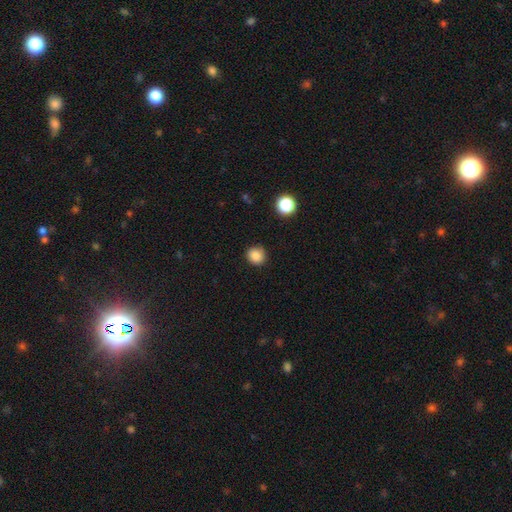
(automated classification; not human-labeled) Smooth or featured?
  - smooth: 86% *
  - star or artifact: 11%
  - featured or disk: 3%
How rounded?
  - round: 87% *
  - in between: 12%
  - cigar-shaped: 1%
Merging?
  - none: 88% *
  - minor disturbance: 9%
  - major disturbance: 2%
  - merger: 1%